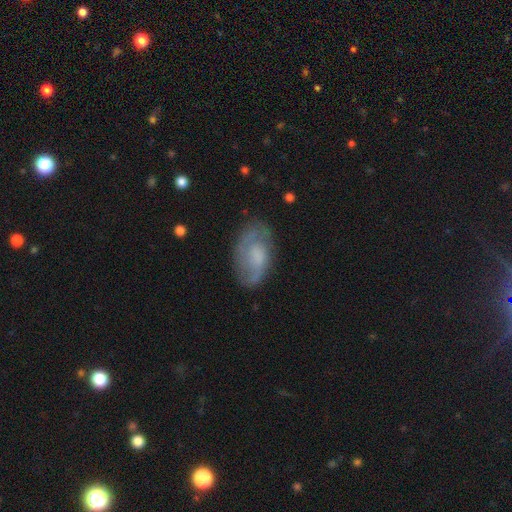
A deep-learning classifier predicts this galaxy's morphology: A featured or disk galaxy (59%) with no bar (63%), spiral arms (82%) and no central bulge (38%). Merging: none (69%).